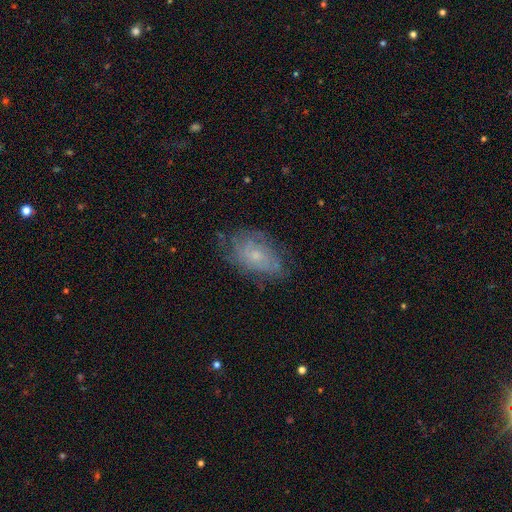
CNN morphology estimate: A featured or disk galaxy (55%) with no bar (83%), spiral arms (65%) and a small central bulge (69%).

Vote fractions:
- Smooth or featured? featured or disk: 55% / smooth: 36% / star or artifact: 9%
- Edge-on disk? no: 95% / yes: 5%
- Bar? no: 83% / weak: 15% / strong: 2%
- Spiral arms? yes: 65% / no: 35%
- Bulge size? small: 69% / moderate: 25% / none: 4% / large: 1% / dominant: 1%
- Merging? none: 63% / minor disturbance: 25% / major disturbance: 11% / merger: 1%